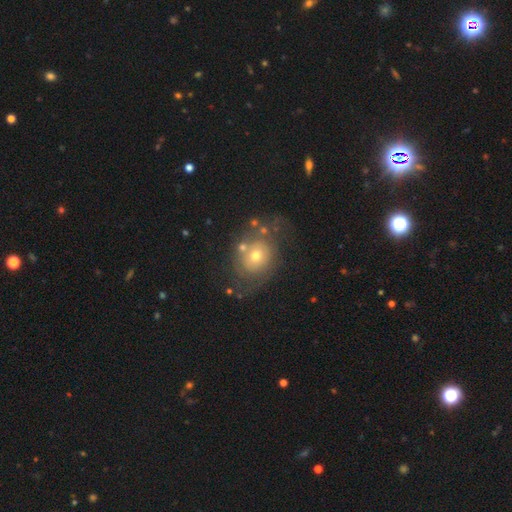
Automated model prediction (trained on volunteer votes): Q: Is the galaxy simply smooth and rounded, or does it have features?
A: featured or disk — 52%.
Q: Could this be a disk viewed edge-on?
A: no — 95%.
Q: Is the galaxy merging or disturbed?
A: none — 53%.